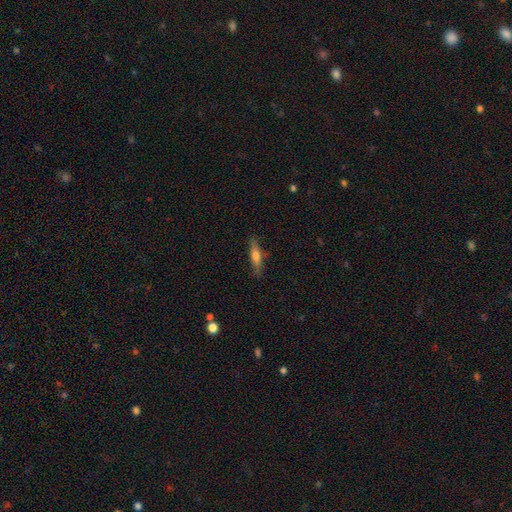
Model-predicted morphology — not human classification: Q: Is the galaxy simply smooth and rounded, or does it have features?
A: smooth — 58%.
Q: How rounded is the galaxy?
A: cigar-shaped — 80%.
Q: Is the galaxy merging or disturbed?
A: none — 82%.